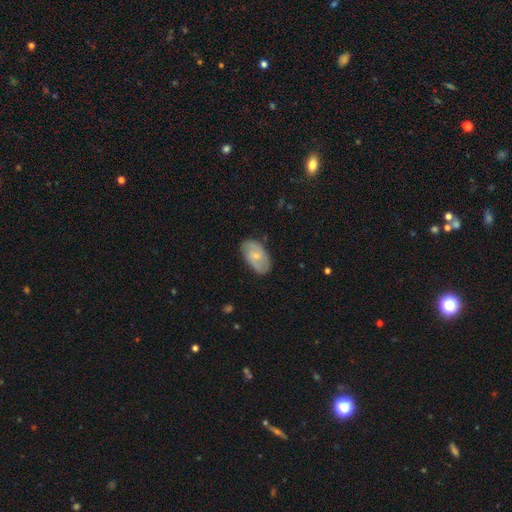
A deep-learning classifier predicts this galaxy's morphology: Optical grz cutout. It shows a featured or disk galaxy (55%) with no bar (64%), spiral arms (81%) and a small central bulge (67%). Merging: none (80%).